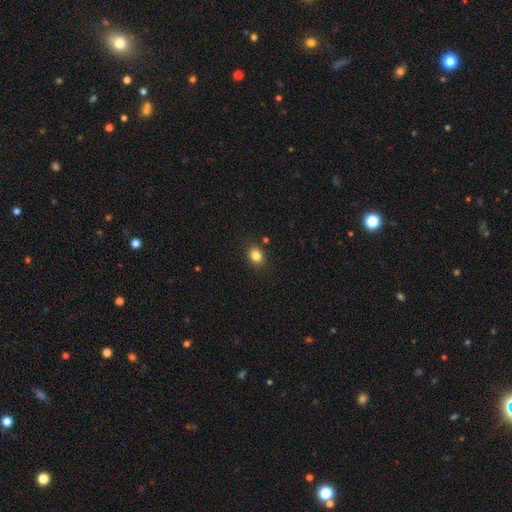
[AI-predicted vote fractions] A smooth galaxy with no disk features (84%) that is in between round and cigar-shaped (59%). Merging: none (87%).